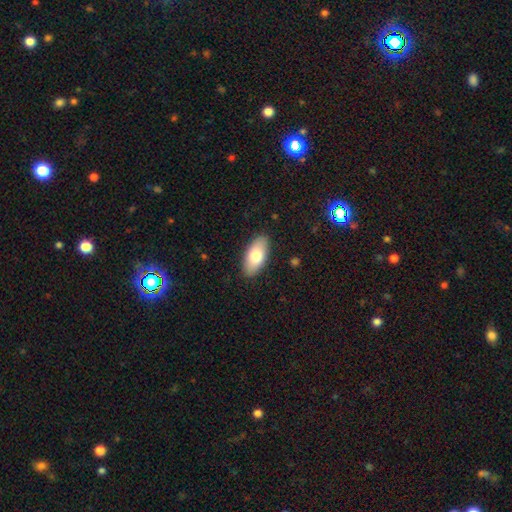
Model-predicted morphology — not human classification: type=smooth (77%); roundness=in between (92%); merging=none (88%).